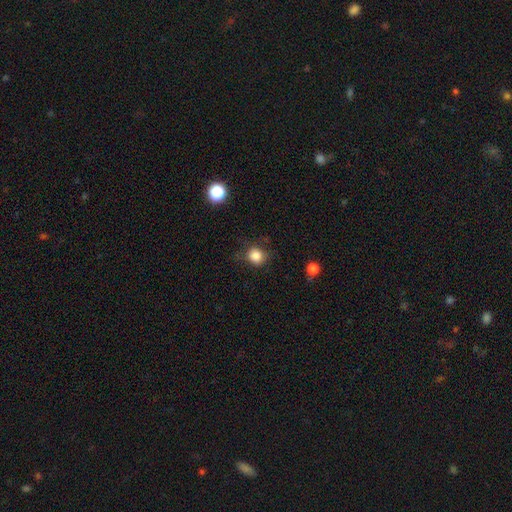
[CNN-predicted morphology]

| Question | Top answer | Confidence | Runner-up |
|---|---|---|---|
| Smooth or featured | smooth | 83% | star or artifact (11%) |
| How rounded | round | 81% | in between (18%) |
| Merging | none | 74% | minor disturbance (19%) |